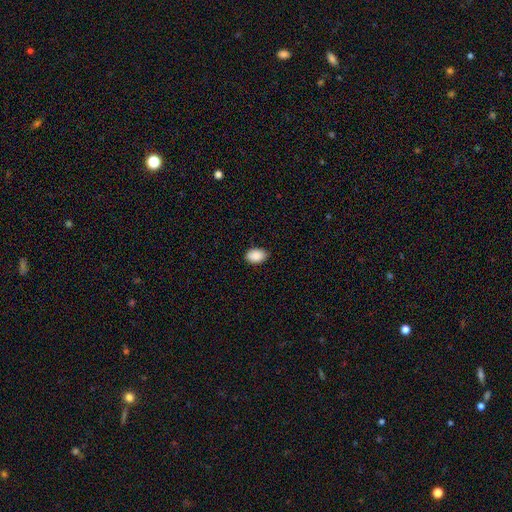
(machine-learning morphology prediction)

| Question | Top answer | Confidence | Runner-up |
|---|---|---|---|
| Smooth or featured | smooth | 90% | star or artifact (7%) |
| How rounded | in between | 86% | round (13%) |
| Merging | none | 84% | minor disturbance (13%) |